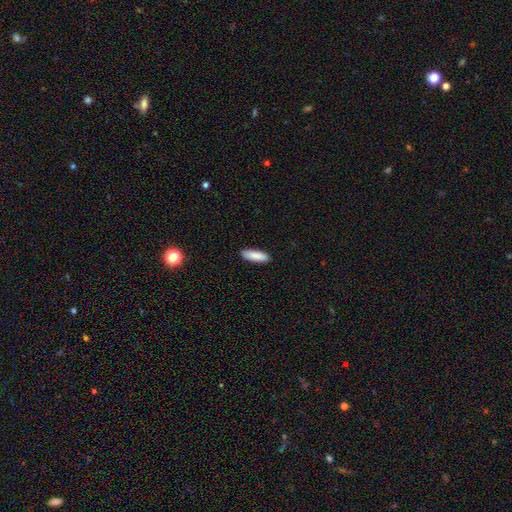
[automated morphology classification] A smooth galaxy with no disk features (88%) that is in between round and cigar-shaped (56%).

Vote fractions:
- Smooth or featured? smooth: 88% / star or artifact: 6% / featured or disk: 6%
- How rounded? in between: 56% / cigar-shaped: 42% / round: 2%
- Merging? none: 90% / minor disturbance: 7% / major disturbance: 2% / merger: 1%